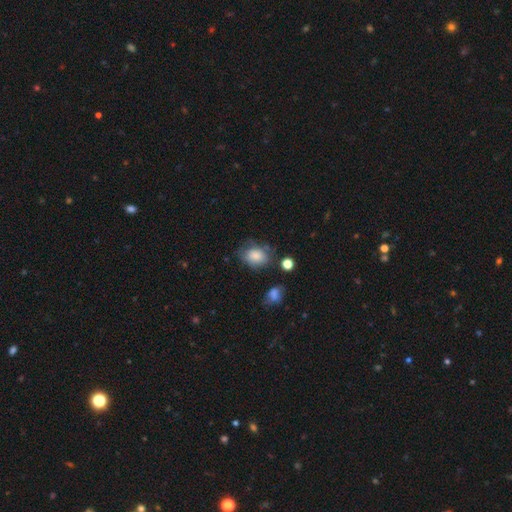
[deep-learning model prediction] A smooth galaxy with no disk features (79%) that is in between round and cigar-shaped (63%).

Vote fractions:
- Smooth or featured? smooth: 79% / featured or disk: 12% / star or artifact: 9%
- How rounded? in between: 63% / round: 35% / cigar-shaped: 1%
- Merging? none: 53% / minor disturbance: 28% / major disturbance: 13% / merger: 6%